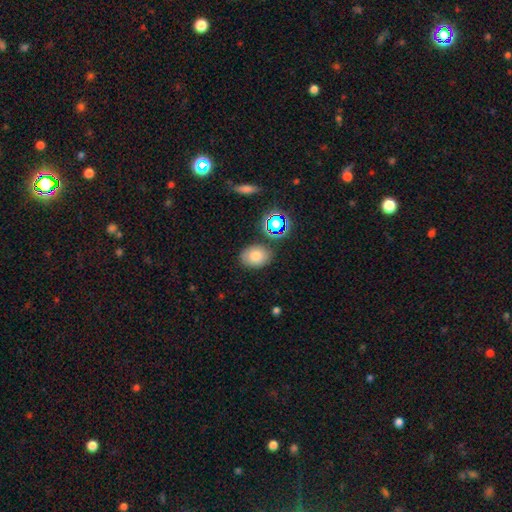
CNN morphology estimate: type=smooth (76%); roundness=in between (68%); merging=none (80%).